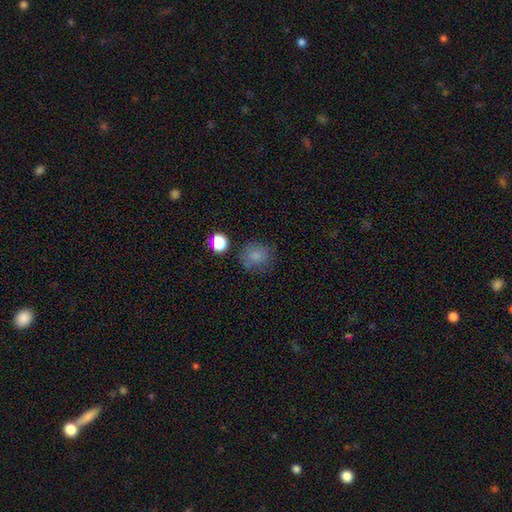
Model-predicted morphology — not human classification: Overall: smooth (79%). How rounded: round (81%). Merging: none (71%).